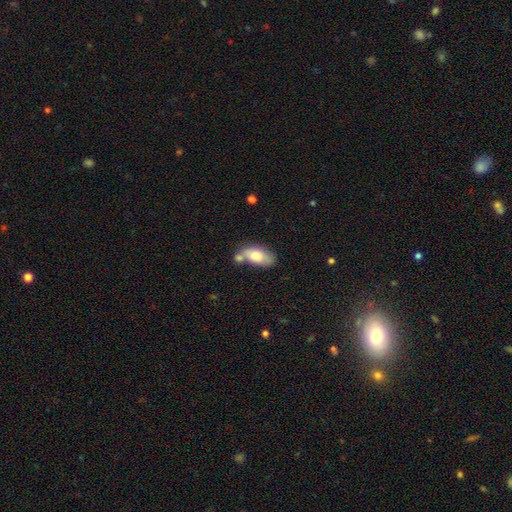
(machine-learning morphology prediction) smooth 74%, featured or disk 19%, star or artifact 7%. Down the decision tree: how rounded — in between (89%); merging — none (41%).